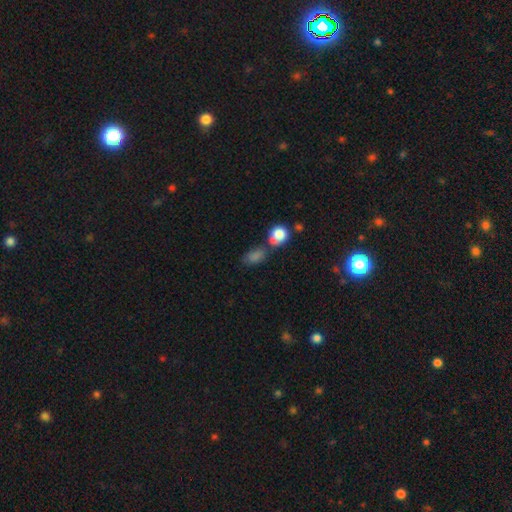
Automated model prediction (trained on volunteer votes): Smooth or featured?
  - smooth: 63% *
  - star or artifact: 25%
  - featured or disk: 11%
How rounded?
  - in between: 69% *
  - round: 24%
  - cigar-shaped: 7%
Merging?
  - none: 51% *
  - merger: 25%
  - minor disturbance: 16%
  - major disturbance: 8%